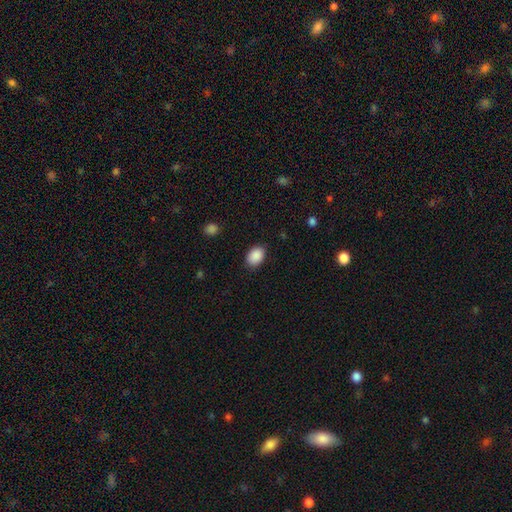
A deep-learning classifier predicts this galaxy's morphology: smooth-or-featured: smooth: 90% | star or artifact: 7% | featured or disk: 3%
  how-rounded: in between: 77% | round: 22% | cigar-shaped: 1%
  merging: none: 85% | minor disturbance: 12% | major disturbance: 3% | merger: 1%